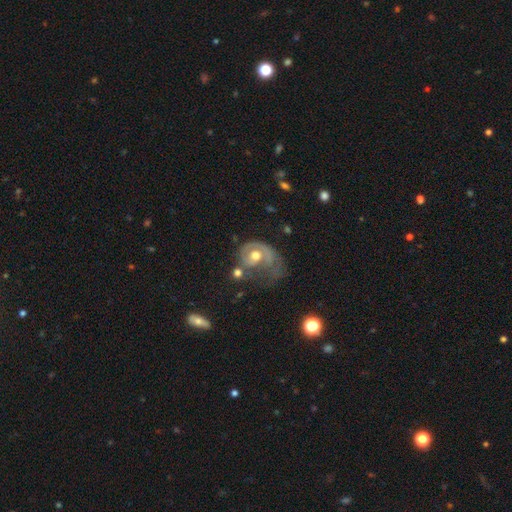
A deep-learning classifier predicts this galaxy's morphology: type=featured or disk (64%); edge-on=no (96%); bar=no (79%); spiral arms=yes (65%); bulge=moderate (70%); merging=major disturbance (48%).